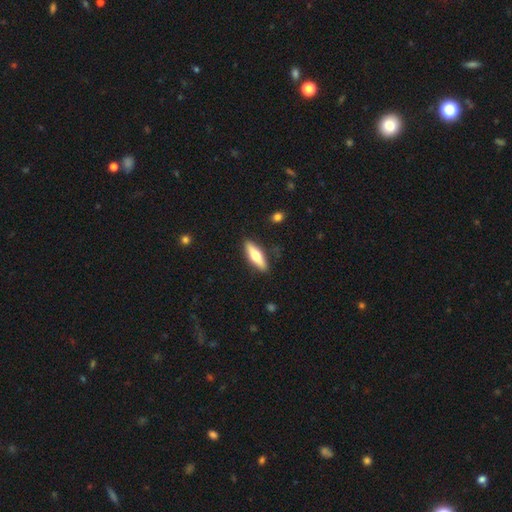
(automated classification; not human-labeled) Smooth or featured? smooth (53%)
How rounded? cigar-shaped (62%)
Merging? none (88%)